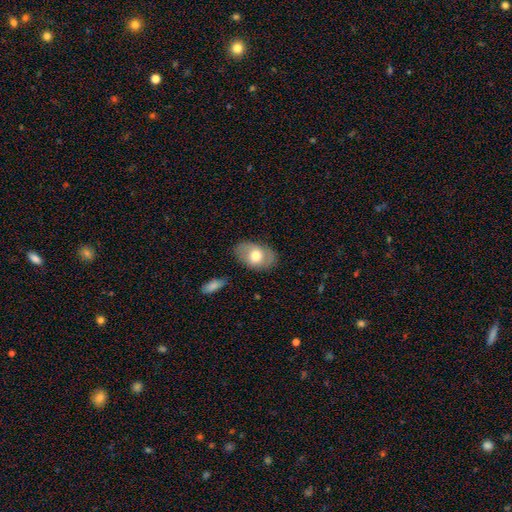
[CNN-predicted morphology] Overall: smooth (59%; featured or disk 34%). How rounded: in between (84%). Merging: none (78%).